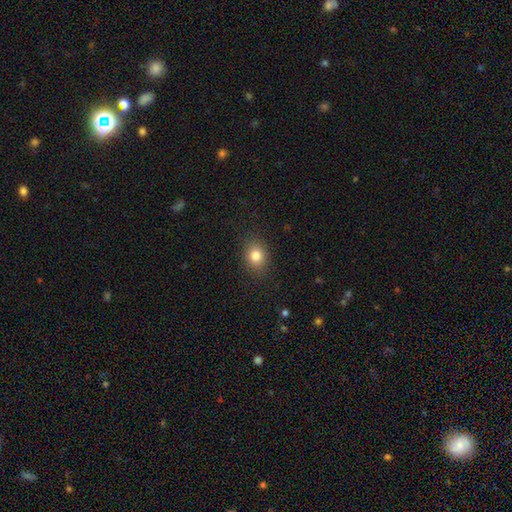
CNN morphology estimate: type=smooth (81%); roundness=round (52%); merging=none (87%).